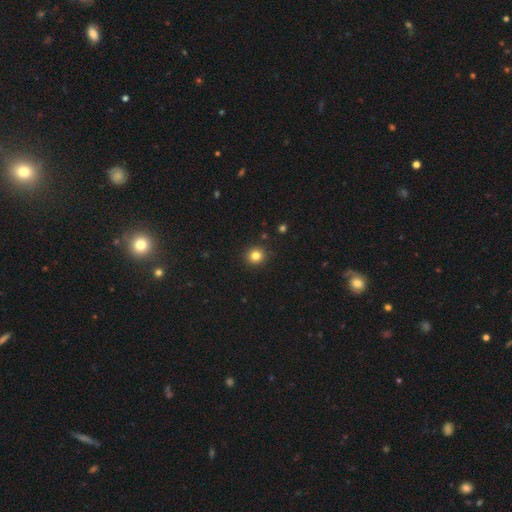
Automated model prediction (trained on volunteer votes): This is clearly a smooth galaxy (82%). How rounded: clearly round (89%). Merging: clearly none (91%).